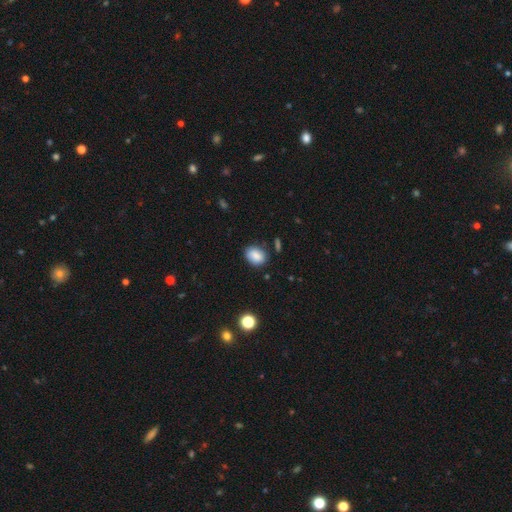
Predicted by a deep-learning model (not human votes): Morphology: type=smooth (86%); roundness=in between (66%); merging=none (79%).